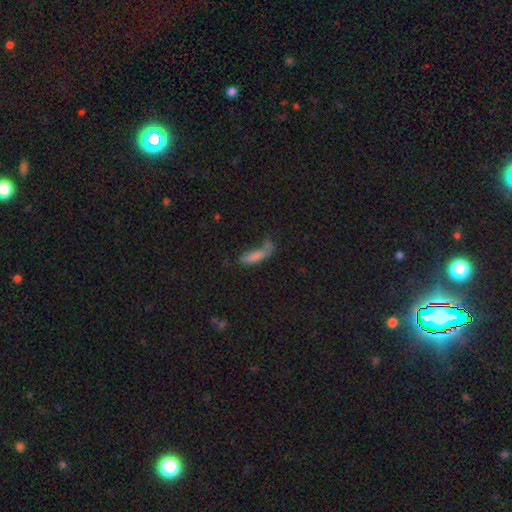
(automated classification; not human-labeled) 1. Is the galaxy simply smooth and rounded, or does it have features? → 75% smooth, 14% featured or disk, 11% star or artifact.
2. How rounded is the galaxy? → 60% cigar-shaped, 37% in between, 3% round.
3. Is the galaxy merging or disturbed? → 38% none, 23% minor disturbance, 21% major disturbance, 19% merger.